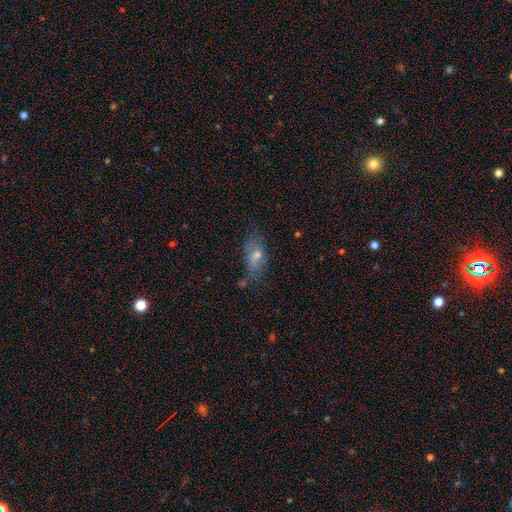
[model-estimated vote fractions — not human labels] This appears to be a smooth galaxy with no disk features (56%) that is in between round and cigar-shaped (81%). Merging: none (53%).